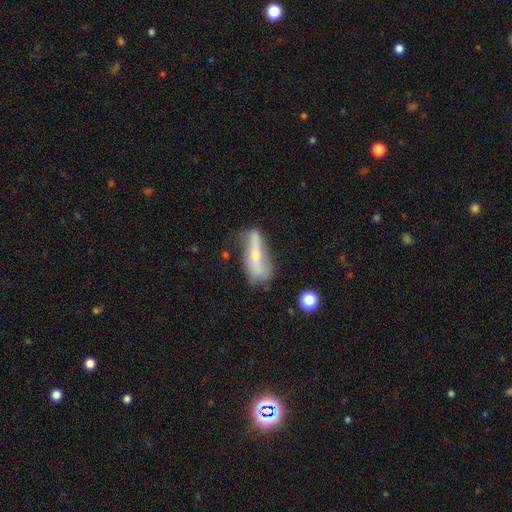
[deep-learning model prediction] Overall: featured or disk (57%; smooth 35%). Edge-on disk: no (63%; yes 37%). Merging: none (46%; minor disturbance 31%).